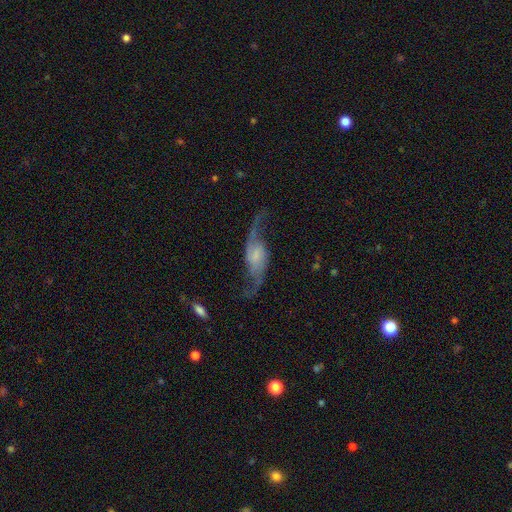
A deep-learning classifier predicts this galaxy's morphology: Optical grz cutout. It shows a featured or disk galaxy (85%) with no bar (43%), 2 (93%) loose (86%) spiral arms (95%) and a small central bulge (41%). Merging: none (67%).